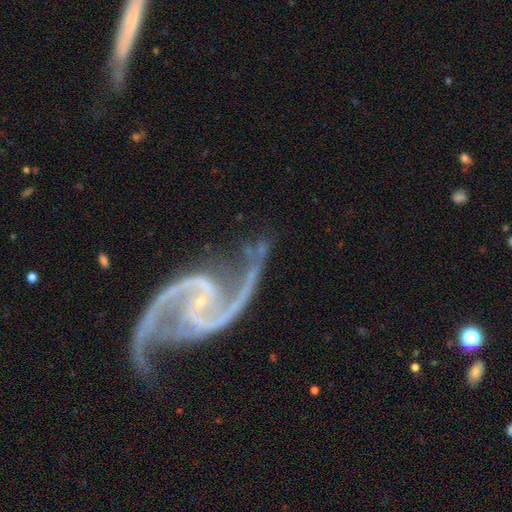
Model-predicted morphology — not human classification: Smooth or featured?
  - featured or disk: 92% *
  - star or artifact: 5%
  - smooth: 3%
Edge-on disk?
  - no: 98% *
  - yes: 2%
Bar?
  - no: 43% *
  - weak: 34%
  - strong: 23%
Spiral arms?
  - yes: 98% *
  - no: 2%
Spiral winding?
  - loose: 52% *
  - medium: 38%
  - tight: 10%
Spiral arm count?
  - 2: 91% *
  - 3: 2%
  - can't tell: 2%
  - 1: 2%
  - 4: 2%
  - more than 4: 2%
Bulge size?
  - small: 87% *
  - moderate: 6%
  - none: 4%
  - large: 1%
  - dominant: 1%
Merging?
  - none: 54% *
  - minor disturbance: 21%
  - major disturbance: 18%
  - merger: 7%